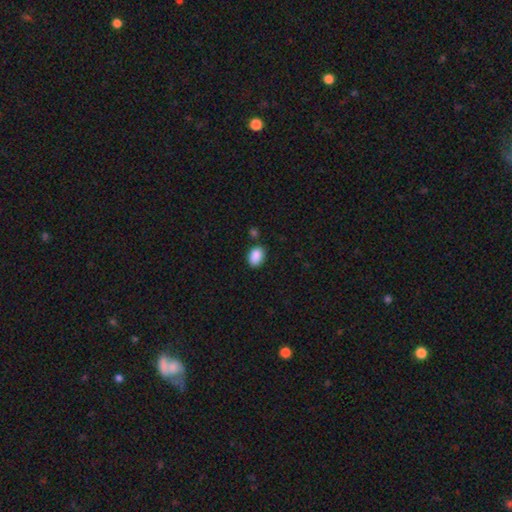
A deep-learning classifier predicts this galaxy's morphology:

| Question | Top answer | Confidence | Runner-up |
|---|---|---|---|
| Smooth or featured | smooth | 89% | star or artifact (8%) |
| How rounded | in between | 82% | round (17%) |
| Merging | none | 79% | minor disturbance (13%) |